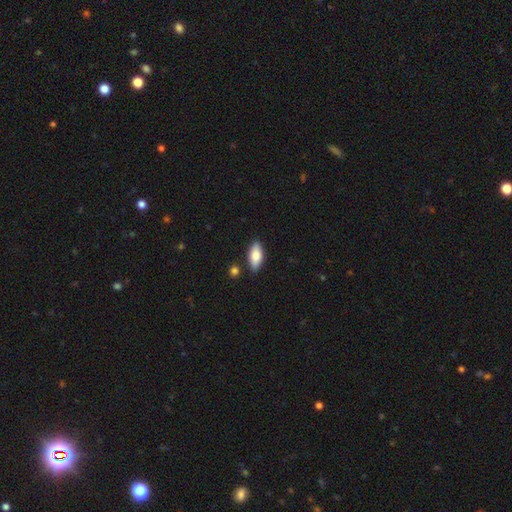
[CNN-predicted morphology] A smooth galaxy with no disk features (78%) that is in between round and cigar-shaped (82%). Merging: none (84%).